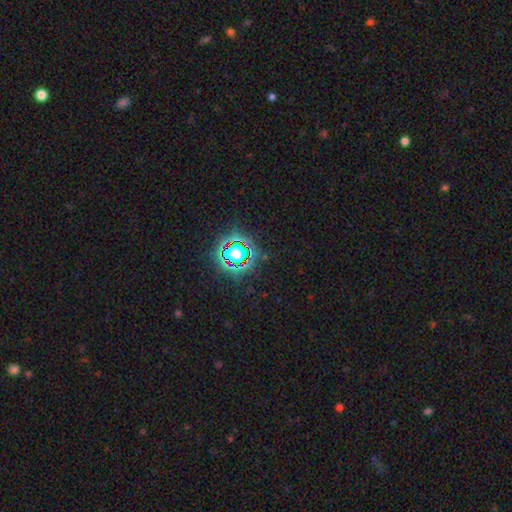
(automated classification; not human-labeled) star or artifact 80%, smooth 12%, featured or disk 8%.